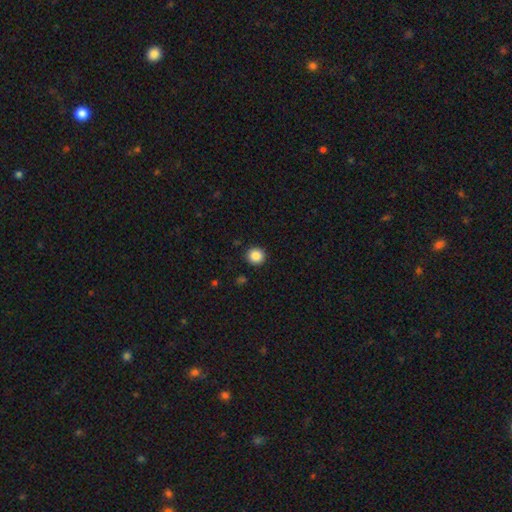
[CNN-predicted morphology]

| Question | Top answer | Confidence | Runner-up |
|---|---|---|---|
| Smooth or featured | smooth | 87% | star or artifact (10%) |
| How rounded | round | 93% | in between (6%) |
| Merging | none | 92% | minor disturbance (5%) |